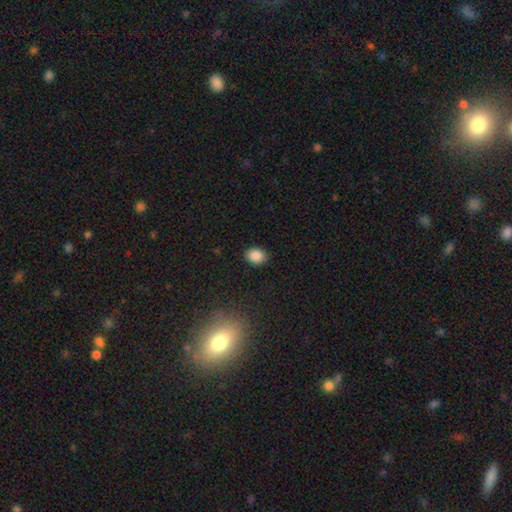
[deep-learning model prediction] Morphology: type=smooth (86%); roundness=in between (54%); merging=none (88%).